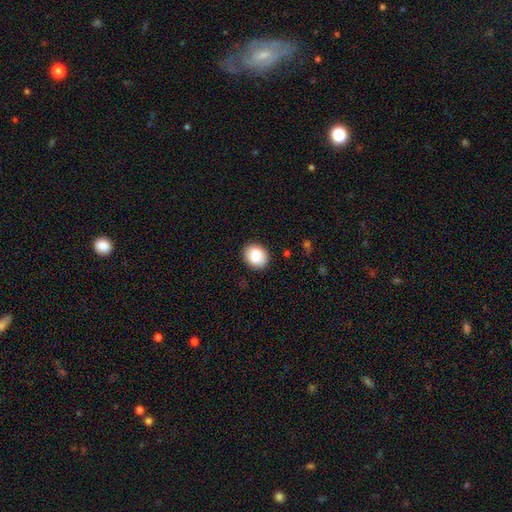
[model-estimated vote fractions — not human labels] Q: Smooth or featured?
A: smooth (82%); runner-up: featured or disk (10%)
Q: How rounded?
A: in between (51%); runner-up: round (48%)
Q: Merging?
A: none (86%); runner-up: minor disturbance (10%)